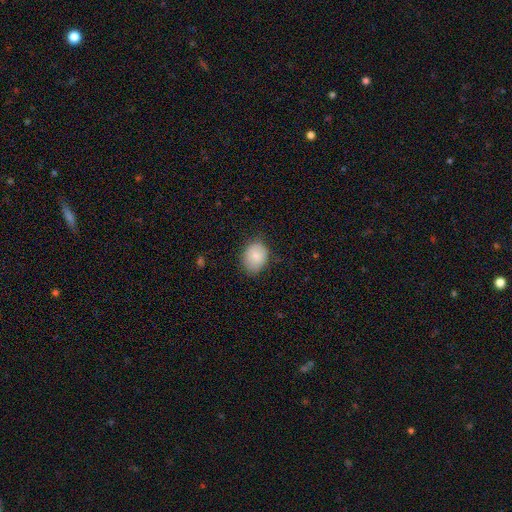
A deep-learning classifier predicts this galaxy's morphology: smooth 84%, featured or disk 9%, star or artifact 7%. Down the decision tree: how rounded — in between (56%); merging — none (75%).